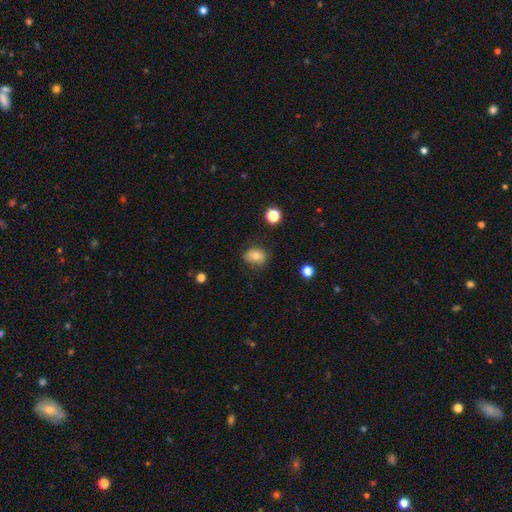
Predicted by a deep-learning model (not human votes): This is likely a smooth galaxy (73%). How rounded: possibly in between (50%). Merging: likely none (71%).